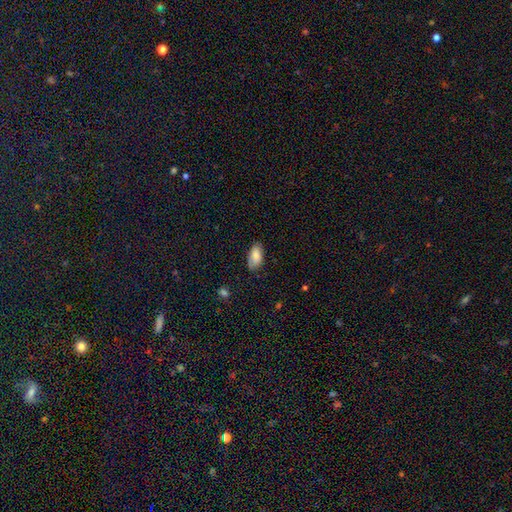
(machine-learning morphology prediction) smooth 77%, featured or disk 16%, star or artifact 7%. Down the decision tree: how rounded — in between (93%); merging — none (76%).